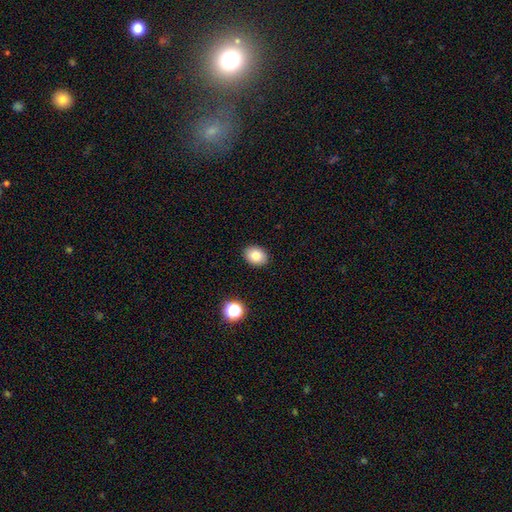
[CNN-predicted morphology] type=smooth (81%); roundness=in between (64%); merging=none (90%).